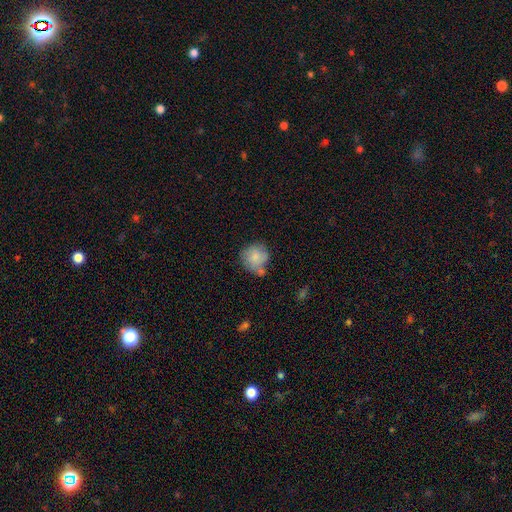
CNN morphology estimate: Overall: smooth (76%). How rounded: round (82%). Merging: none (46%; minor disturbance 26%).